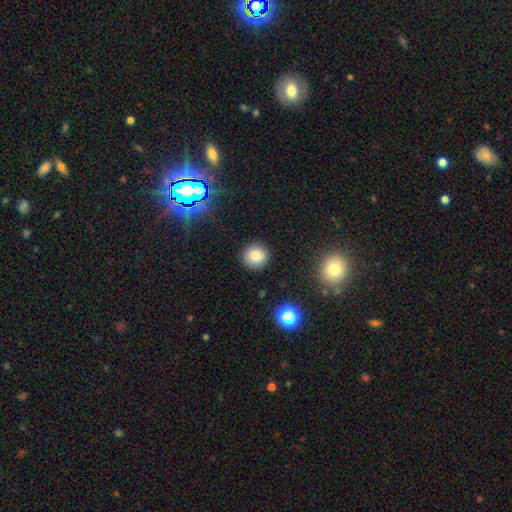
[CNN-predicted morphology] Smooth or featured?
  - smooth: 81% *
  - star or artifact: 13%
  - featured or disk: 6%
How rounded?
  - round: 90% *
  - in between: 9%
  - cigar-shaped: 1%
Merging?
  - none: 89% *
  - minor disturbance: 8%
  - major disturbance: 2%
  - merger: 1%